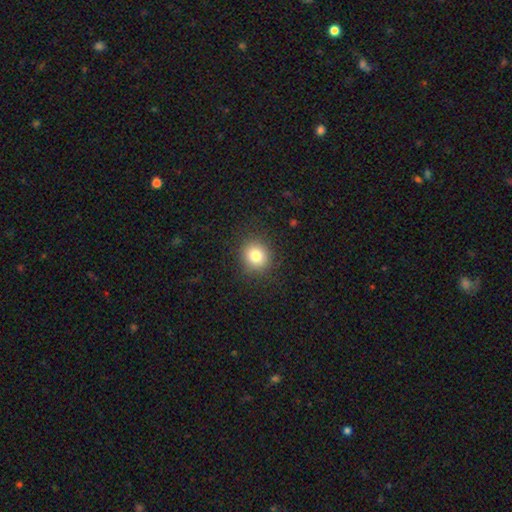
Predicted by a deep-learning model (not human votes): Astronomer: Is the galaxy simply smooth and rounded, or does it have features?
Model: smooth — 82%.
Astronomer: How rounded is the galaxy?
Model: round — 84%.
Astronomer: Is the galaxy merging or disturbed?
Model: none — 89%.